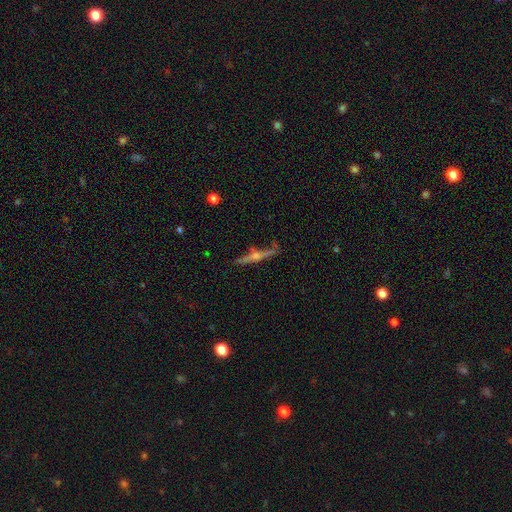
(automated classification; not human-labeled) featured or disk 77%, smooth 16%, star or artifact 7%. Down the decision tree: edge-on disk — yes (97%); edge-on bulge — rounded (88%); merging — none (83%).